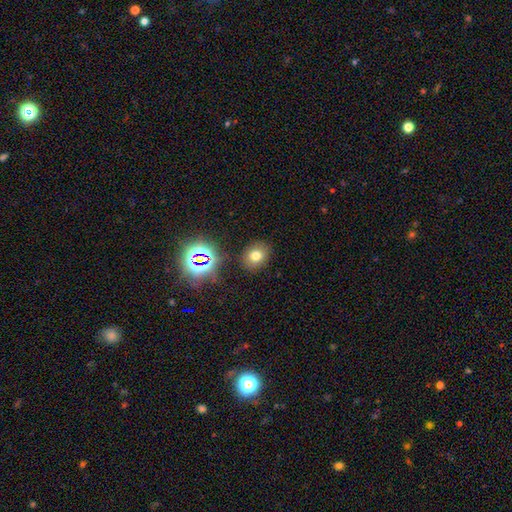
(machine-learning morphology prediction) The model was most divided on "how rounded": round: 50%, in between: 49%, cigar-shaped: 1%. More confident: merging — none (85%); smooth or featured — smooth (70%).